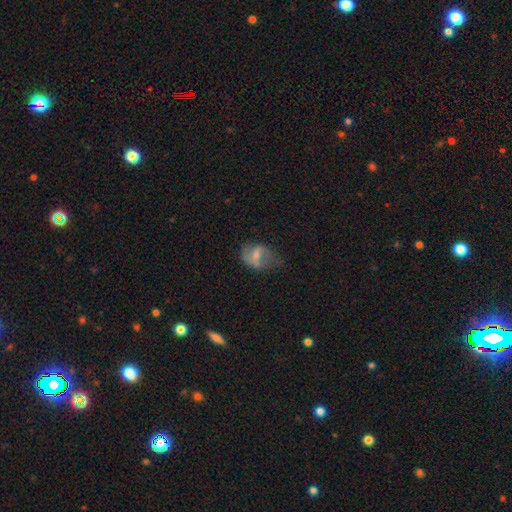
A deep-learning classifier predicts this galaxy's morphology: This appears to be a smooth galaxy with no disk features (48%). Merging: minor disturbance (33%, tied with none).